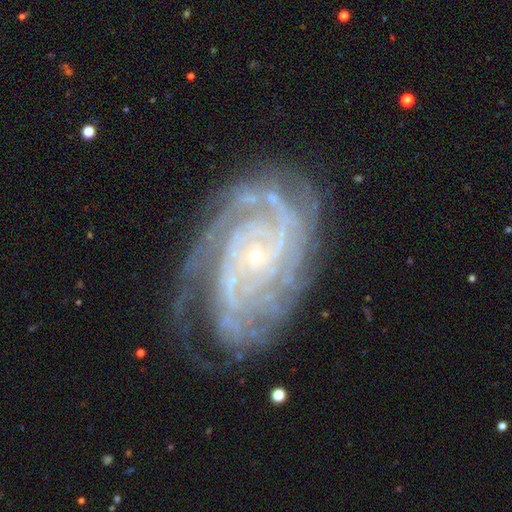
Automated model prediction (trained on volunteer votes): Smooth or featured? Predicted: featured or disk (p=0.90). Edge-on disk? Predicted: no (p=0.97). Bar? Predicted: no (p=0.72). Spiral arms? Predicted: yes (p=0.98). Spiral winding? Predicted: tight (p=0.75). Spiral arm count? Predicted: 4 (p=0.22). Bulge size? Predicted: small (p=0.86). Merging? Predicted: none (p=0.68).